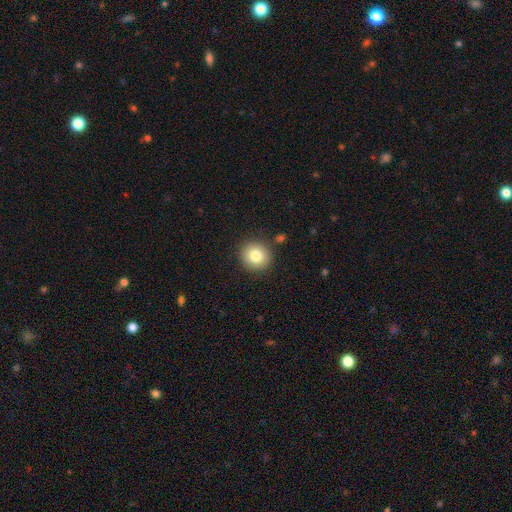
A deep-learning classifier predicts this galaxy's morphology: Smooth or featured: smooth — 81% (star or artifact — 10%)
How rounded: round — 91% (in between — 8%)
Merging: none — 88% (minor disturbance — 7%)